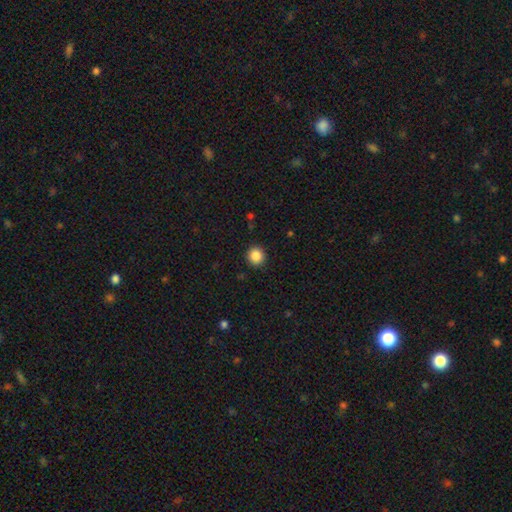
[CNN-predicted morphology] This appears to be a smooth galaxy with no disk features (86%) that is round (92%). Merging: none (92%).